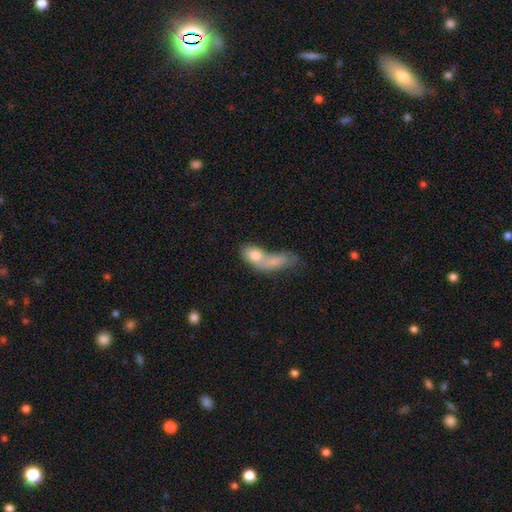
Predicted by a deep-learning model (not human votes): Morphology: type=smooth (75%); roundness=in between (75%); merging=merger (66%).